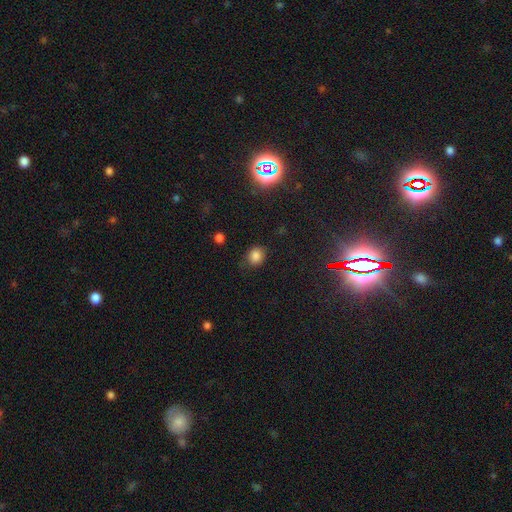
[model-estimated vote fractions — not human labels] smooth-or-featured: smooth: 82% | star or artifact: 13% | featured or disk: 5%
  how-rounded: round: 72% | in between: 27% | cigar-shaped: 1%
  merging: none: 75% | minor disturbance: 18% | major disturbance: 5% | merger: 2%